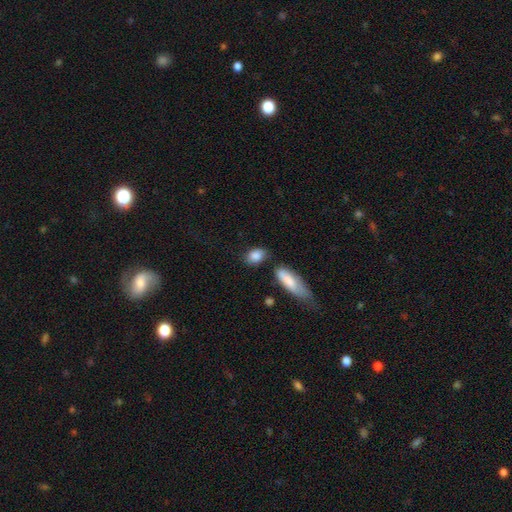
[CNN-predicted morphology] Q: Smooth or featured?
A: smooth (85%); runner-up: featured or disk (8%)
Q: How rounded?
A: in between (76%); runner-up: round (19%)
Q: Merging?
A: none (65%); runner-up: minor disturbance (19%)